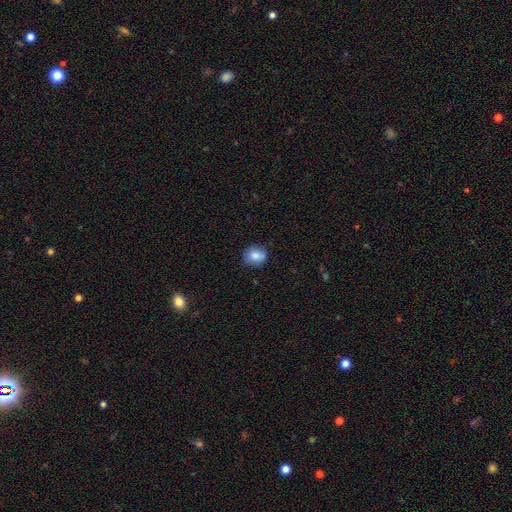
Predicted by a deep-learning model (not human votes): Smooth or featured? Predicted: smooth (p=0.80). How rounded? Predicted: round (p=0.70). Merging? Predicted: none (p=0.79).